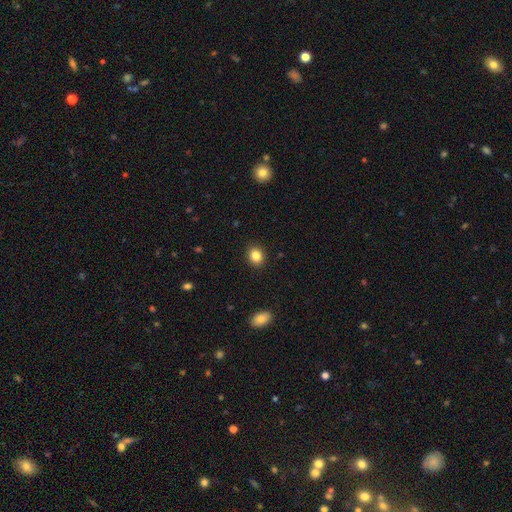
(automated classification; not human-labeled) Q: Smooth or featured?
A: smooth (85%); runner-up: star or artifact (10%)
Q: How rounded?
A: round (61%); runner-up: in between (38%)
Q: Merging?
A: none (90%); runner-up: minor disturbance (7%)